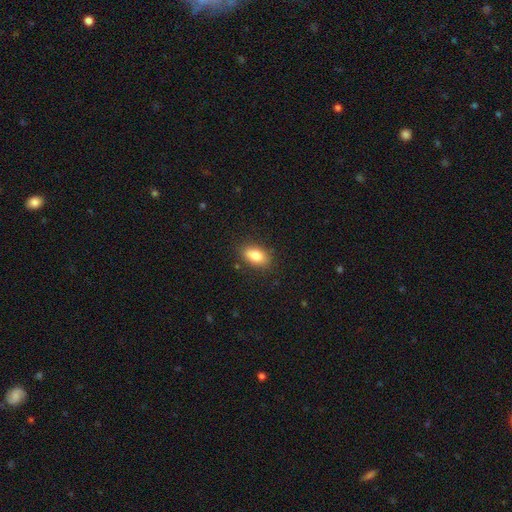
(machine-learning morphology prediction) Smooth or featured? Predicted: smooth (p=0.82). How rounded? Predicted: in between (p=0.87). Merging? Predicted: none (p=0.83).